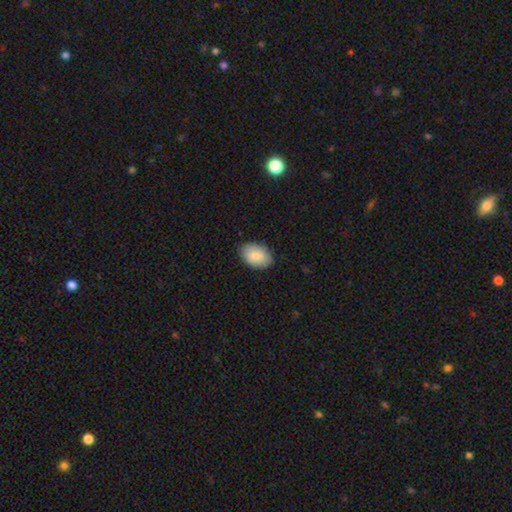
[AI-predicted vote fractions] Smooth or featured? smooth (86%)
How rounded? in between (88%)
Merging? none (85%)